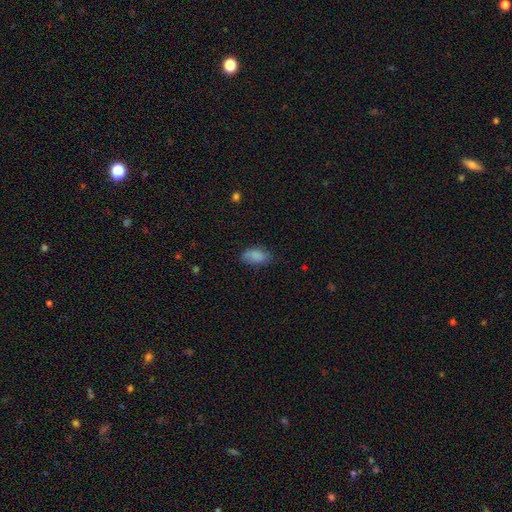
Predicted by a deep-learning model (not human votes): The model was most divided on "merging": none: 69%, minor disturbance: 23%, major disturbance: 6%, merger: 2%. More confident: how rounded — in between (92%); smooth or featured — smooth (85%).